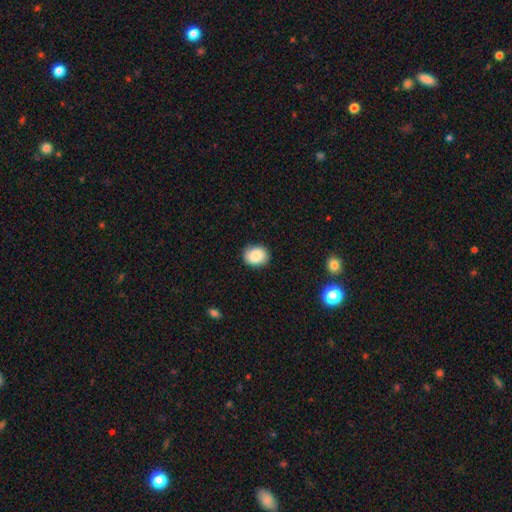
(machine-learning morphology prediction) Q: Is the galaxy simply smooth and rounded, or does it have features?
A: smooth — 87%.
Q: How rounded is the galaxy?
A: round — 55%.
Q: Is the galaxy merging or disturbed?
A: none — 85%.